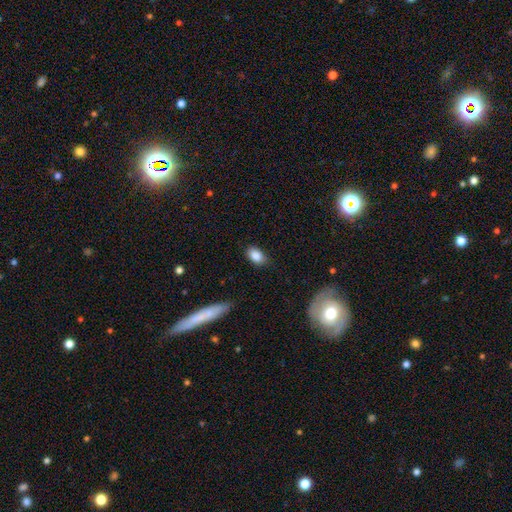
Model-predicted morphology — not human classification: smooth 85%, star or artifact 8%, featured or disk 7%. Down the decision tree: how rounded — in between (87%); merging — none (82%).